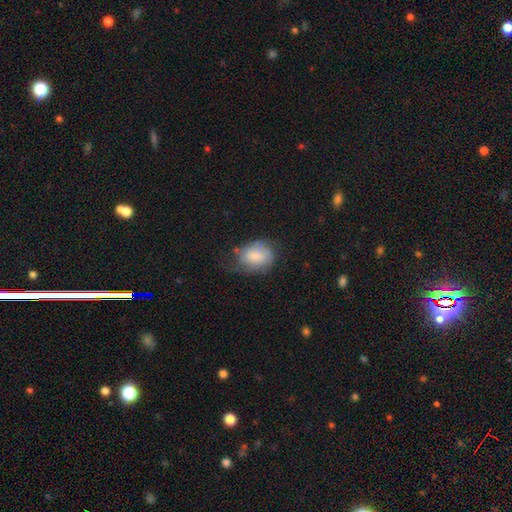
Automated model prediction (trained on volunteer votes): smooth-or-featured: smooth: 67% | featured or disk: 25% | star or artifact: 8%
  how-rounded: in between: 60% | round: 39% | cigar-shaped: 1%
  merging: none: 40% | minor disturbance: 35% | major disturbance: 23% | merger: 2%